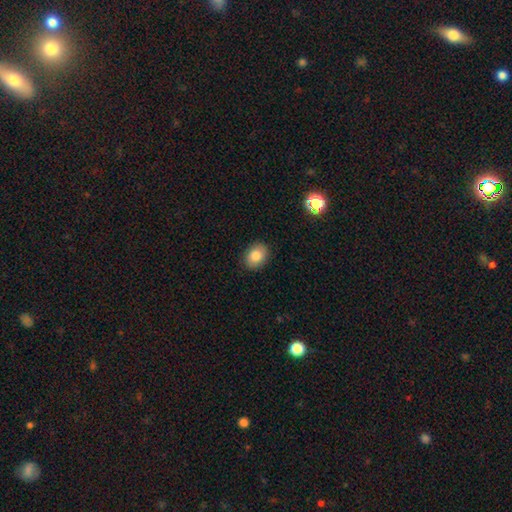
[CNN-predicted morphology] Smooth or featured?
  - smooth: 84% *
  - star or artifact: 9%
  - featured or disk: 7%
How rounded?
  - in between: 63% *
  - round: 36%
  - cigar-shaped: 1%
Merging?
  - none: 88% *
  - minor disturbance: 9%
  - major disturbance: 2%
  - merger: 1%